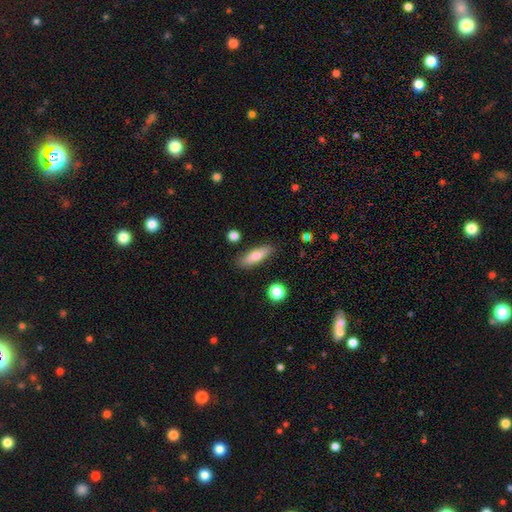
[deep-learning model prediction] smooth_or_featured: smooth (p=0.72) [alt: featured or disk p=0.20]
how_rounded: cigar-shaped (p=0.55) [alt: in between p=0.43]
merging: none (p=0.84) [alt: minor disturbance p=0.11]